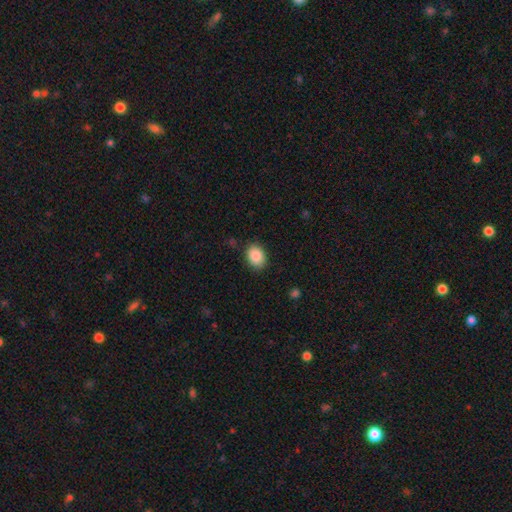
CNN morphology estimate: The model was most divided on "how rounded": in between: 70%, round: 29%, cigar-shaped: 1%. More confident: smooth or featured — smooth (89%); merging — none (83%).